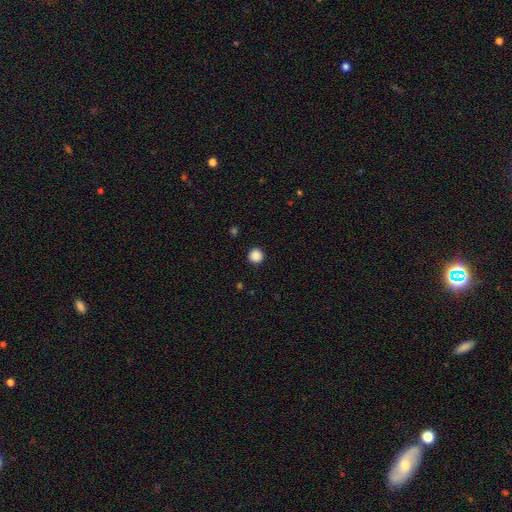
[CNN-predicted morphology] smooth-or-featured: smooth: 88% | star or artifact: 10% | featured or disk: 2%
  how-rounded: round: 95% | in between: 4% | cigar-shaped: 1%
  merging: none: 93% | minor disturbance: 5% | major disturbance: 2% | merger: 1%